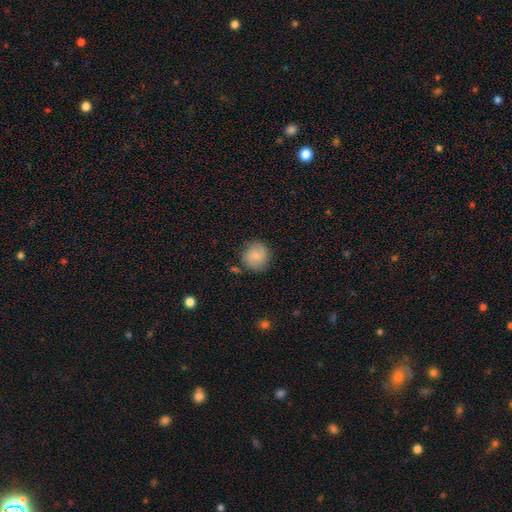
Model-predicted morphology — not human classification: smooth 81%, featured or disk 11%, star or artifact 8%. Down the decision tree: how rounded — round (91%); merging — none (81%).